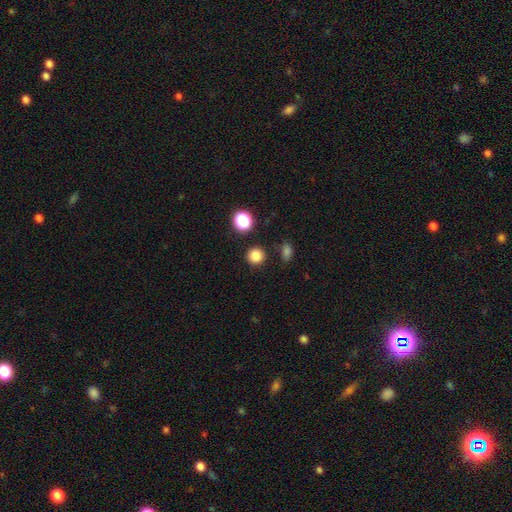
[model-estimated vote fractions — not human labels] smooth-or-featured: smooth: 82% | star or artifact: 13% | featured or disk: 5%
  how-rounded: round: 93% | in between: 6% | cigar-shaped: 1%
  merging: none: 89% | minor disturbance: 6% | merger: 3% | major disturbance: 2%